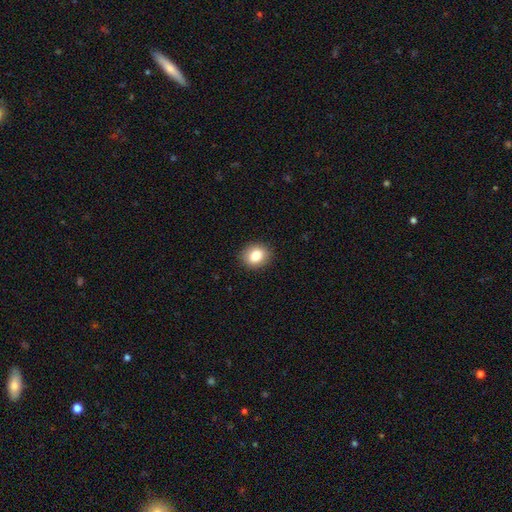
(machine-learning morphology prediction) smooth-or-featured: smooth: 83% | star or artifact: 9% | featured or disk: 8%
  how-rounded: round: 59% | in between: 40% | cigar-shaped: 1%
  merging: none: 90% | minor disturbance: 7% | major disturbance: 2% | merger: 1%